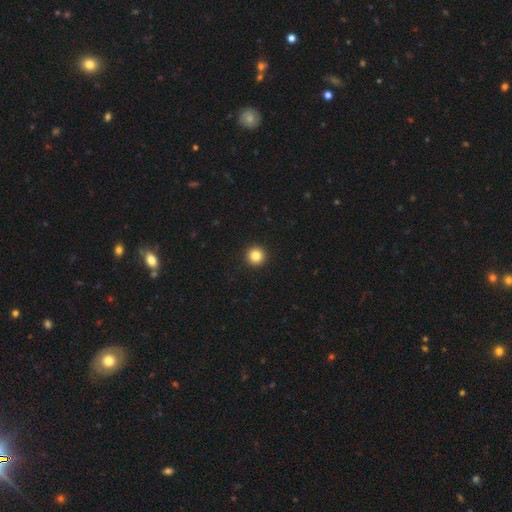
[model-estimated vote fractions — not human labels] smooth-or-featured: smooth: 84% | star or artifact: 11% | featured or disk: 5%
  how-rounded: round: 96% | in between: 3% | cigar-shaped: 1%
  merging: none: 94% | minor disturbance: 3% | major disturbance: 1% | merger: 1%